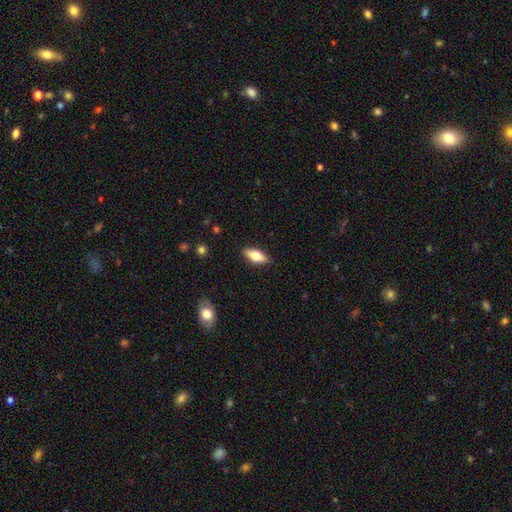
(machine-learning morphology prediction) A smooth galaxy with no disk features (67%) that is in between round and cigar-shaped (75%).

Vote fractions:
- Smooth or featured? smooth: 67% / featured or disk: 26% / star or artifact: 7%
- How rounded? in between: 75% / cigar-shaped: 22% / round: 3%
- Merging? none: 88% / minor disturbance: 9% / major disturbance: 2% / merger: 1%